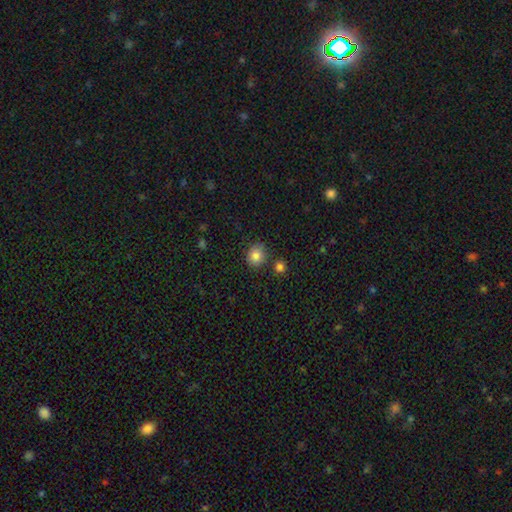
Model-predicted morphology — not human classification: Overall: smooth (84%). How rounded: round (78%). Merging: none (77%).